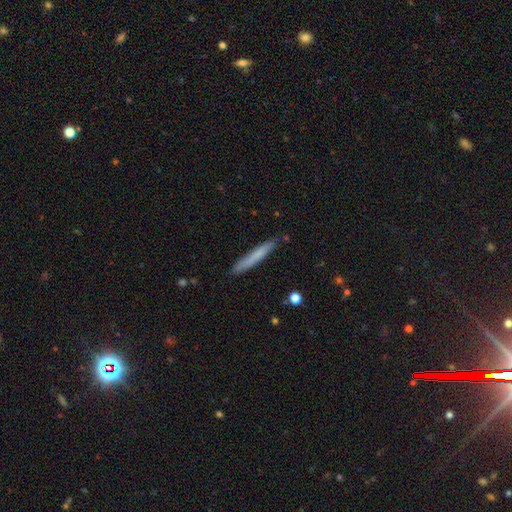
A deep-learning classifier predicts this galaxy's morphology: This appears to be a smooth galaxy with no disk features (70%) that is cigar-shaped (96%). Merging: none (87%).